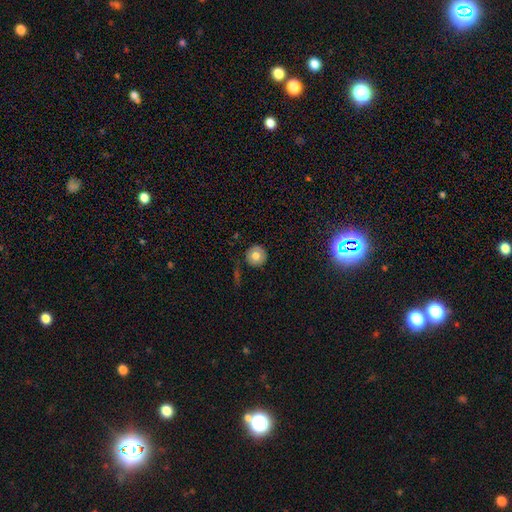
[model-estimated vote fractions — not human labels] Smooth or featured? smooth (72%)
How rounded? round (95%)
Merging? none (86%)